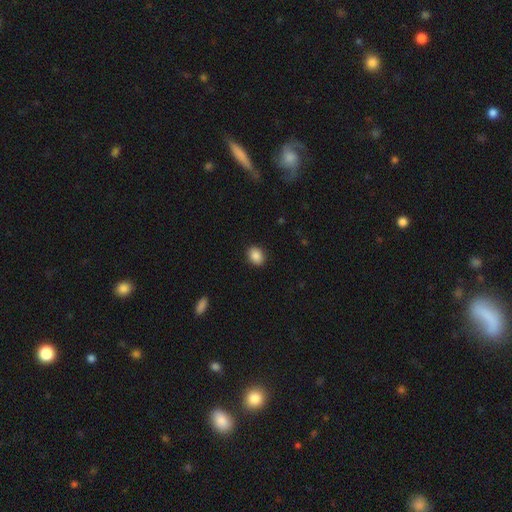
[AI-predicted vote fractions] The model was most divided on "how rounded": in between: 55%, round: 44%, cigar-shaped: 1%. More confident: merging — none (91%); smooth or featured — smooth (88%).